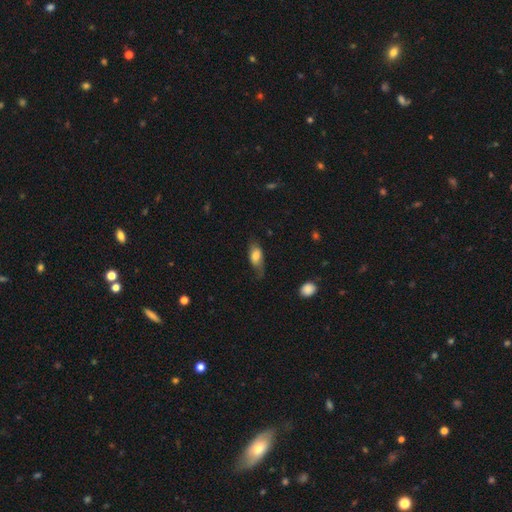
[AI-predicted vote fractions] Smooth or featured? smooth (71%)
How rounded? in between (81%)
Merging? none (53%)